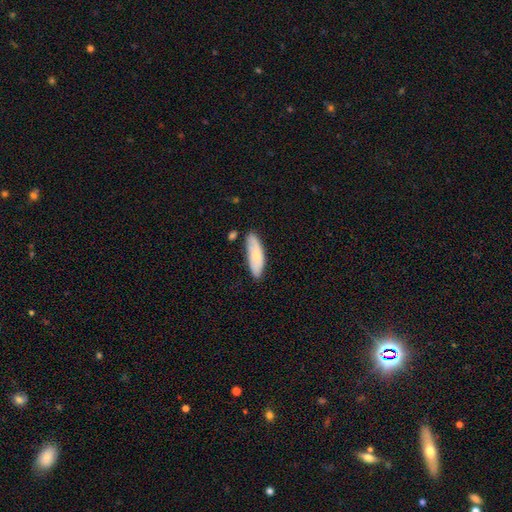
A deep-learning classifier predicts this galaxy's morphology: This appears to be a smooth galaxy with no disk features (71%) that is in between round and cigar-shaped (56%). Merging: none (73%).